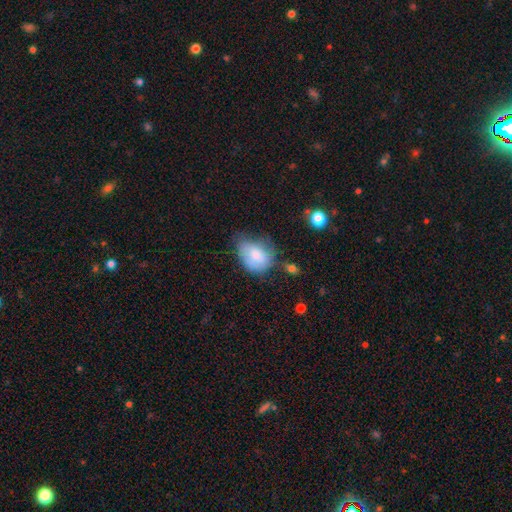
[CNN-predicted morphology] Smooth or featured? smooth (75%)
How rounded? in between (68%)
Merging? minor disturbance (40%)